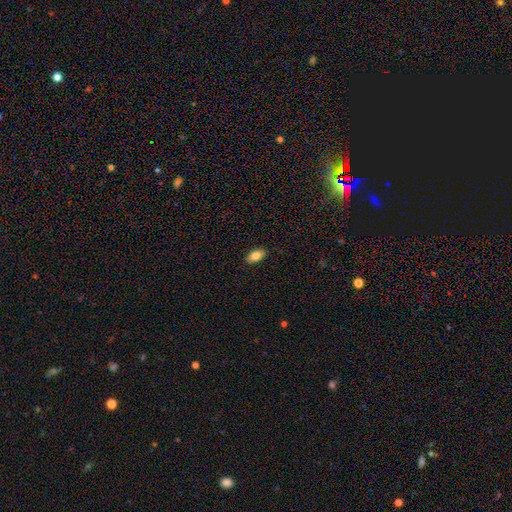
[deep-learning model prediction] Smooth or featured? smooth (82%)
How rounded? in between (91%)
Merging? none (88%)